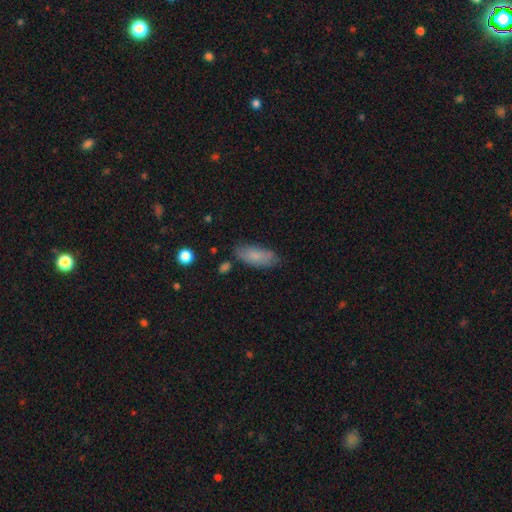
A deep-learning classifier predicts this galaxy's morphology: Smooth or featured? Predicted: smooth (p=0.78). How rounded? Predicted: in between (p=0.80). Merging? Predicted: none (p=0.72).